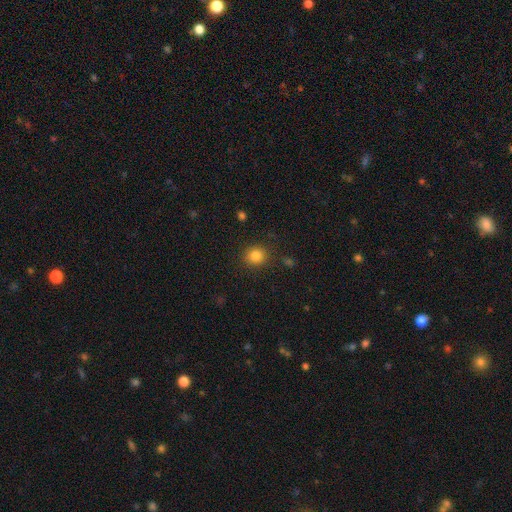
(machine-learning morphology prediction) Smooth or featured?
  - smooth: 83% *
  - star or artifact: 12%
  - featured or disk: 6%
How rounded?
  - round: 83% *
  - in between: 16%
  - cigar-shaped: 1%
Merging?
  - none: 88% *
  - minor disturbance: 8%
  - major disturbance: 3%
  - merger: 2%